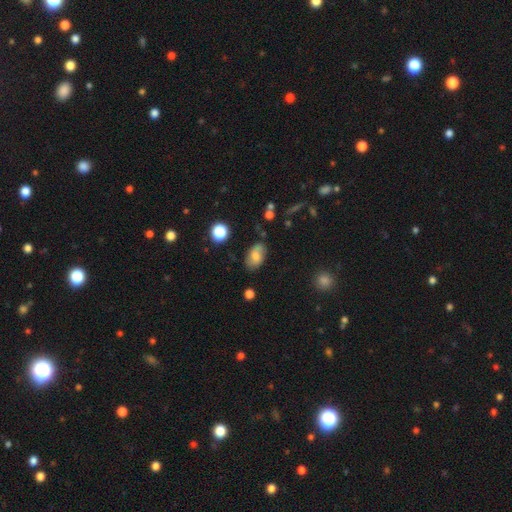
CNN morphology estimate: Smooth or featured? smooth (69%)
How rounded? in between (89%)
Merging? none (77%)